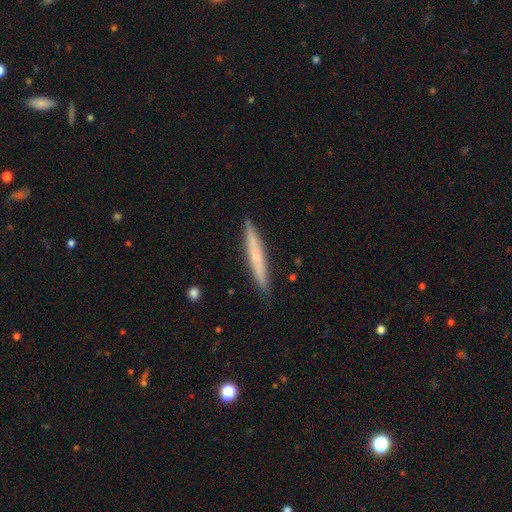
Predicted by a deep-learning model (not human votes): A smooth galaxy with no disk features (57%) that is cigar-shaped (95%). Merging: none (89%).